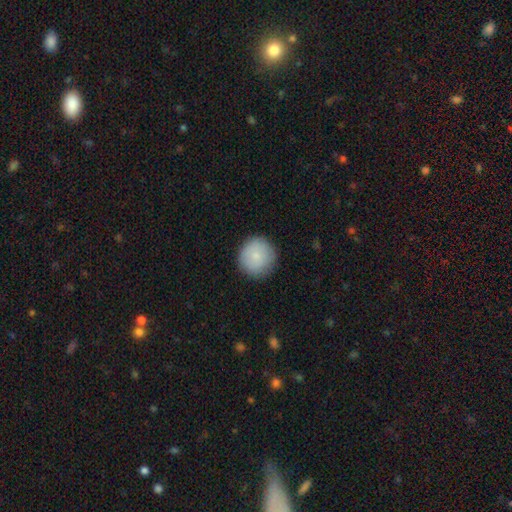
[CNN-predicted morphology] This is clearly a smooth galaxy (84%). How rounded: clearly round (93%). Merging: clearly none (87%).